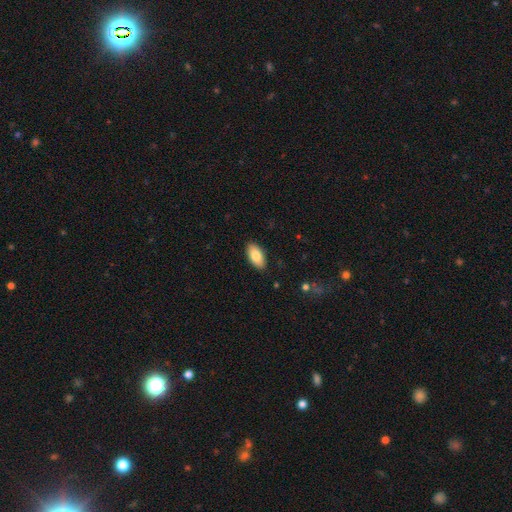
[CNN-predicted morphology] Smooth or featured: smooth — 83% (featured or disk — 11%)
How rounded: in between — 93% (cigar-shaped — 5%)
Merging: none — 89% (minor disturbance — 9%)